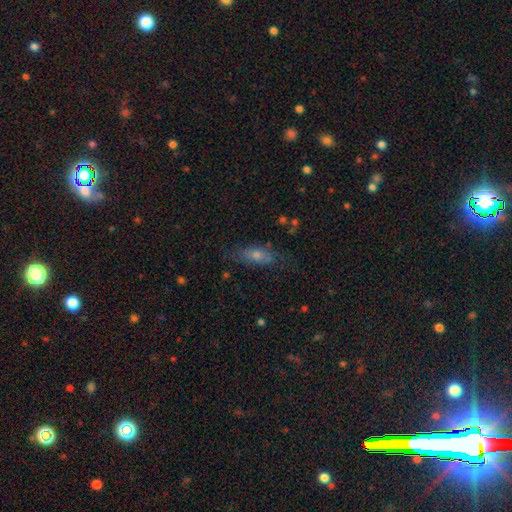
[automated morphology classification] smooth-or-featured: smooth: 54% | featured or disk: 31% | star or artifact: 15%
  how-rounded: in between: 60% | cigar-shaped: 35% | round: 5%
  merging: none: 70% | minor disturbance: 20% | major disturbance: 8% | merger: 2%